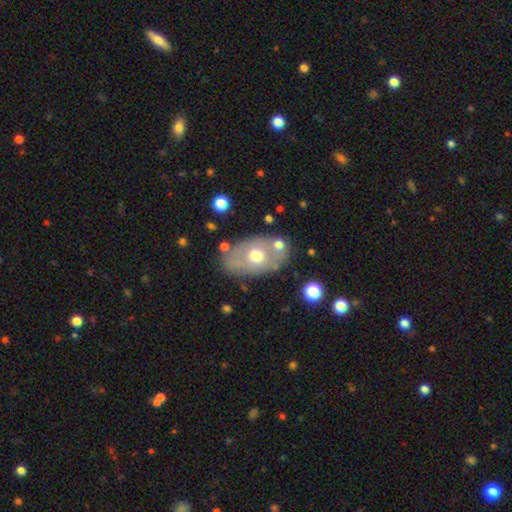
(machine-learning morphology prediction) smooth-or-featured: smooth: 53% | featured or disk: 39% | star or artifact: 8%
  how-rounded: in between: 85% | round: 13% | cigar-shaped: 2%
  merging: none: 71% | minor disturbance: 15% | merger: 8% | major disturbance: 5%